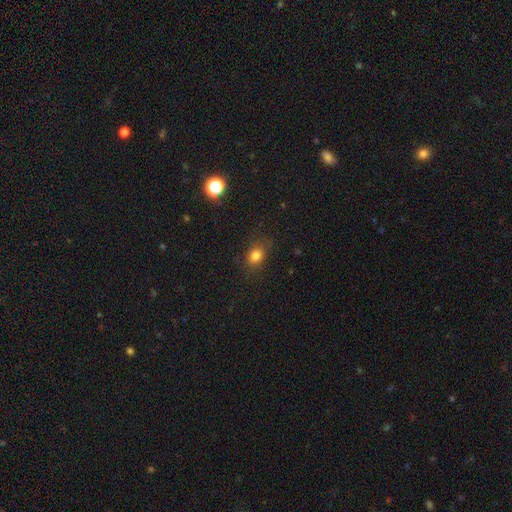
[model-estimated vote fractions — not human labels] Smooth or featured? Predicted: smooth (p=0.80). How rounded? Predicted: in between (p=0.52). Merging? Predicted: none (p=0.81).